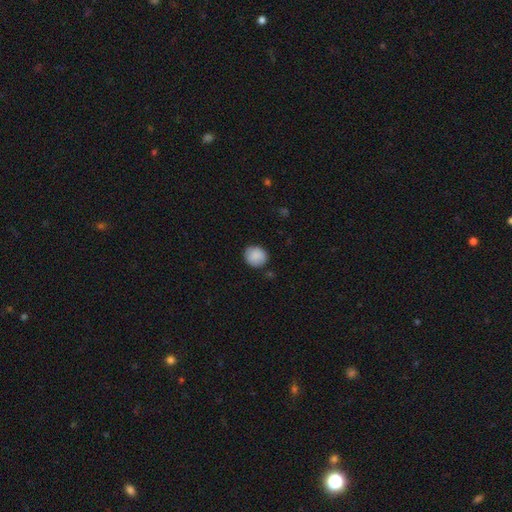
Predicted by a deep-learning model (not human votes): smooth 87%, star or artifact 7%, featured or disk 5%. Down the decision tree: how rounded — round (78%); merging — none (82%).